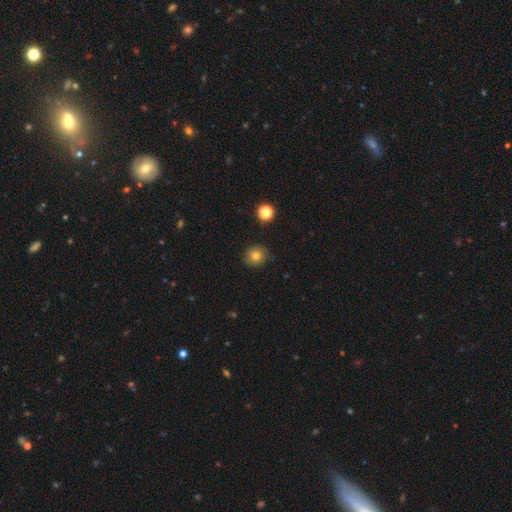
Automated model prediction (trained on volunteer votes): smooth-or-featured: smooth: 78% | star or artifact: 12% | featured or disk: 9%
  how-rounded: round: 86% | in between: 13% | cigar-shaped: 1%
  merging: none: 84% | minor disturbance: 12% | major disturbance: 2% | merger: 2%